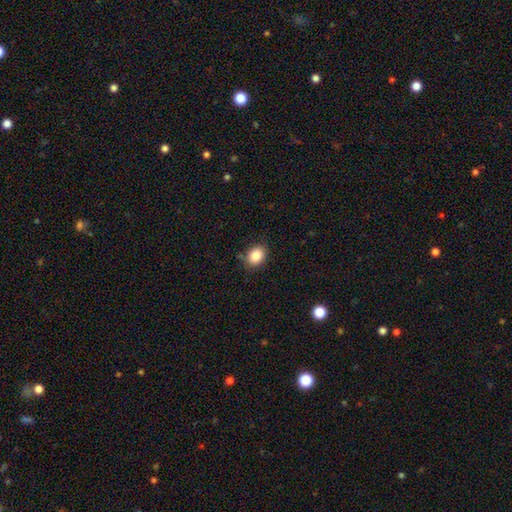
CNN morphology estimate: smooth-or-featured: smooth: 85% | star or artifact: 9% | featured or disk: 6%
  how-rounded: in between: 57% | round: 42% | cigar-shaped: 1%
  merging: none: 84% | minor disturbance: 11% | major disturbance: 3% | merger: 2%